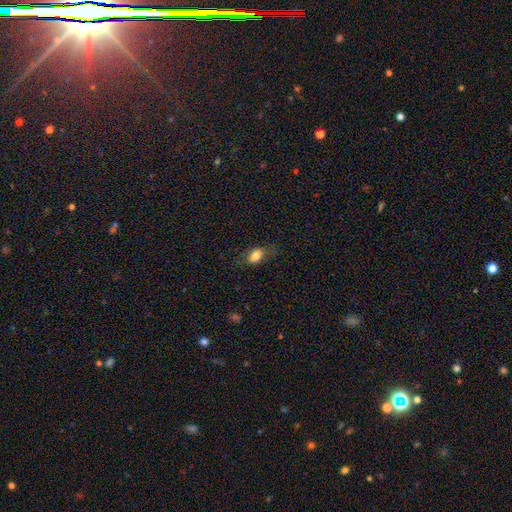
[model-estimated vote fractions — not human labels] A smooth galaxy with no disk features (75%) that is in between round and cigar-shaped (83%). Merging: none (69%).